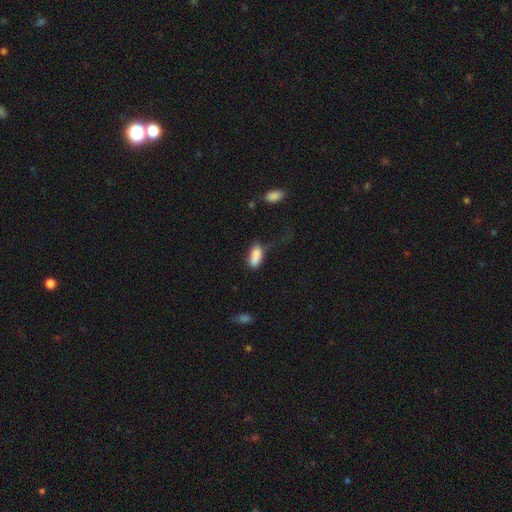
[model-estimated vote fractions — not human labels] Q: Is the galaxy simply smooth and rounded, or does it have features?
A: smooth — 85%.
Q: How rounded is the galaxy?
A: in between — 86%.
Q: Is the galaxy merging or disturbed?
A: none — 42%.